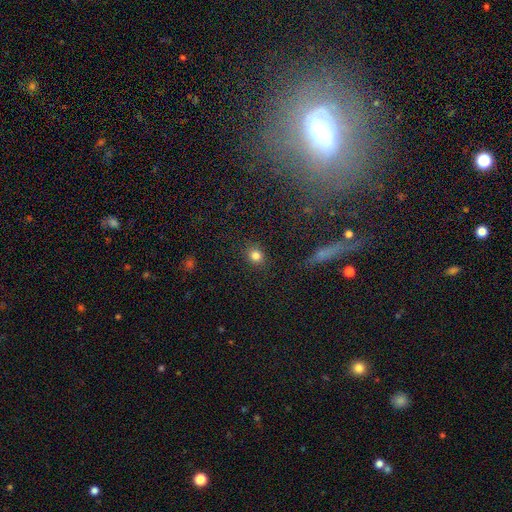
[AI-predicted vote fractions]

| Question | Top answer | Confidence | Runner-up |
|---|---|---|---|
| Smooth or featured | smooth | 82% | star or artifact (12%) |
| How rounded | round | 72% | in between (27%) |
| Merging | none | 87% | minor disturbance (9%) |